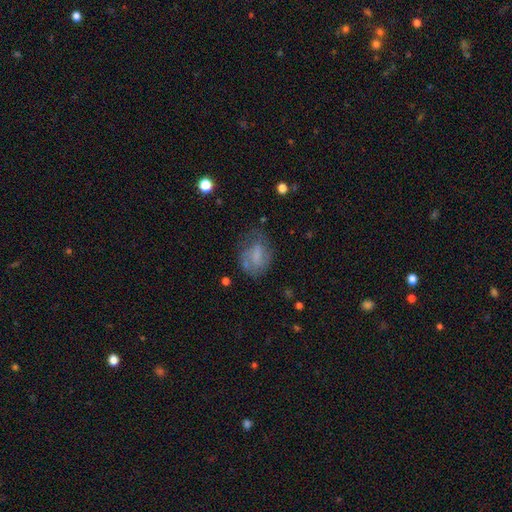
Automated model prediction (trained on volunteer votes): Morphology: type=smooth (50%); roundness=in between (68%); merging=none (49%).